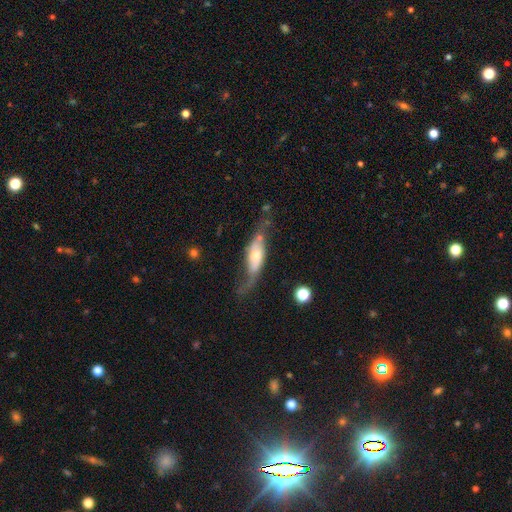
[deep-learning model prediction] Q: Smooth or featured?
A: featured or disk (71%); runner-up: smooth (22%)
Q: Edge-on disk?
A: no (68%); runner-up: yes (32%)
Q: Merging?
A: none (53%); runner-up: minor disturbance (24%)